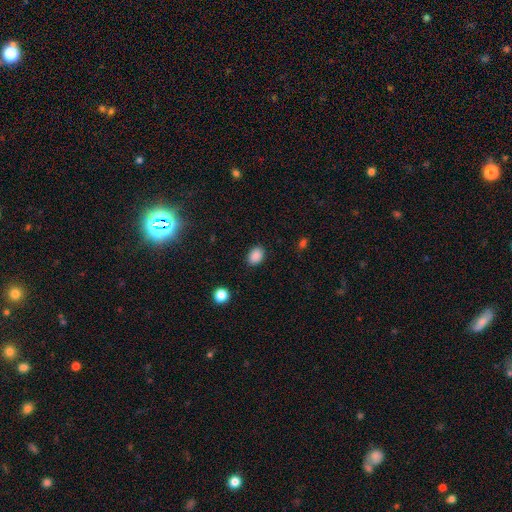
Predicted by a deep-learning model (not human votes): Q: Smooth or featured?
A: smooth (88%); runner-up: star or artifact (9%)
Q: How rounded?
A: in between (69%); runner-up: round (30%)
Q: Merging?
A: none (88%); runner-up: minor disturbance (9%)